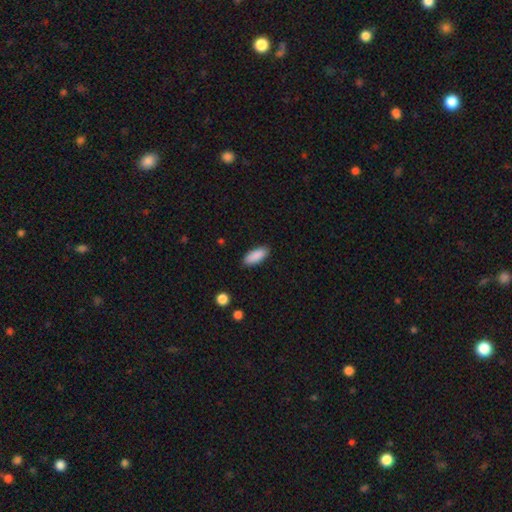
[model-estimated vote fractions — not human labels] A smooth galaxy with no disk features (89%) that is in between round and cigar-shaped (80%).

Vote fractions:
- Smooth or featured? smooth: 89% / star or artifact: 6% / featured or disk: 4%
- How rounded? in between: 80% / cigar-shaped: 18% / round: 2%
- Merging? none: 87% / minor disturbance: 10% / major disturbance: 2% / merger: 1%